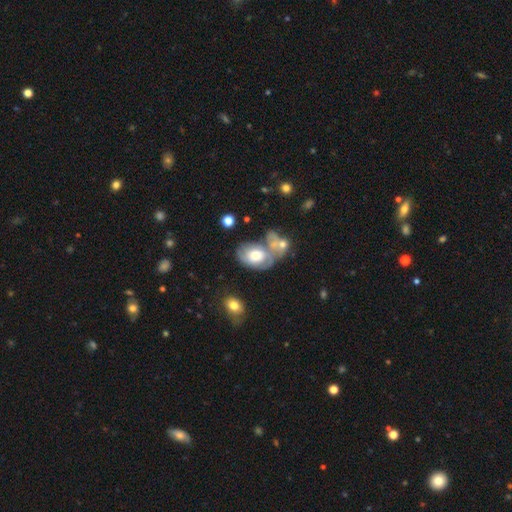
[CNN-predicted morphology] featured or disk 53%, smooth 39%, star or artifact 8%. Down the decision tree: edge-on disk — no (96%); bar — no (80%); spiral arms — yes (58%); bulge size — moderate (61%); merging — merger (42%).